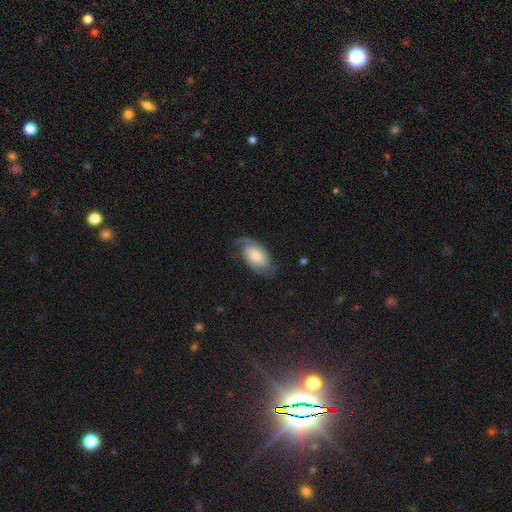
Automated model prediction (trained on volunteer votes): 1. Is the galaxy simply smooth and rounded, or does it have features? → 64% featured or disk, 29% smooth, 6% star or artifact.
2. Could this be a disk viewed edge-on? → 95% no, 5% yes.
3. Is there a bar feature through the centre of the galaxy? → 64% no, 28% weak, 8% strong.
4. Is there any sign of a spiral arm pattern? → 91% yes, 9% no.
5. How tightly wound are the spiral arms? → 42% medium, 30% loose, 28% tight.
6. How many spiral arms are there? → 84% 2, 7% can't tell, 5% 1, 1% 3, 1% 4, 1% more than 4.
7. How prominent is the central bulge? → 41% moderate, 32% small, 17% large, 6% none, 4% dominant.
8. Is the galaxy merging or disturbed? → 67% none, 20% minor disturbance, 11% major disturbance, 1% merger.